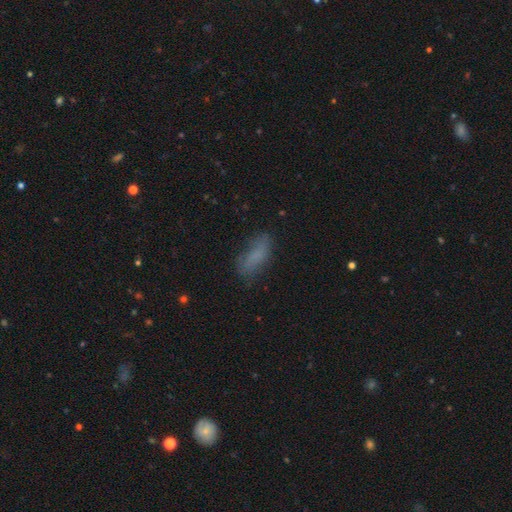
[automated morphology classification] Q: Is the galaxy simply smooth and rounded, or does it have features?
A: smooth — 74%.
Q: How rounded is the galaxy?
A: in between — 68%.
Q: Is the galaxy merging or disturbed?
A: none — 68%.